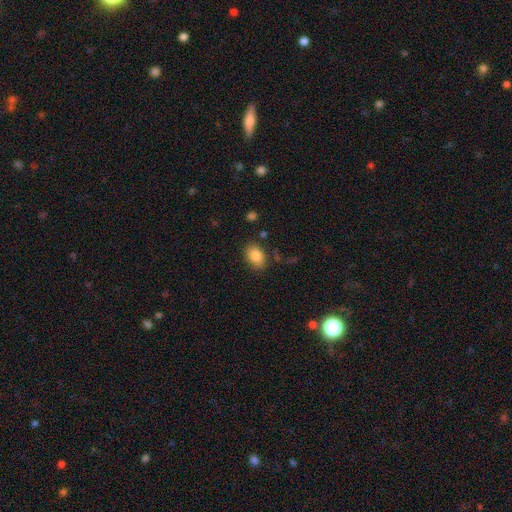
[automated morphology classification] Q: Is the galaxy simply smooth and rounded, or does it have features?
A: smooth — 85%.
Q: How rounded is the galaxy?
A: in between — 76%.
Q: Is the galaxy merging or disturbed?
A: none — 82%.